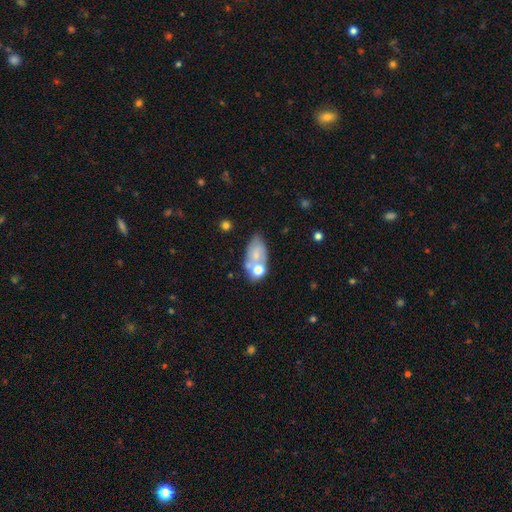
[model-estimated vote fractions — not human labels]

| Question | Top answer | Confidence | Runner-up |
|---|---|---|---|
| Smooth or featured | smooth | 54% | featured or disk (37%) |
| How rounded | in between | 88% | round (9%) |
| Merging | none | 39% | merger (29%) |